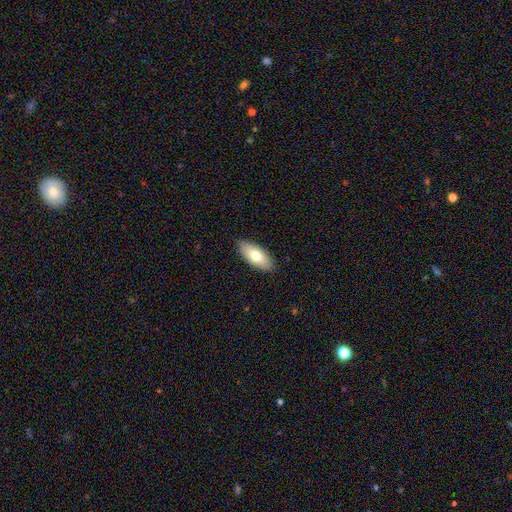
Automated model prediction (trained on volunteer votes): Morphology: type=smooth (72%); roundness=in between (84%); merging=none (89%).